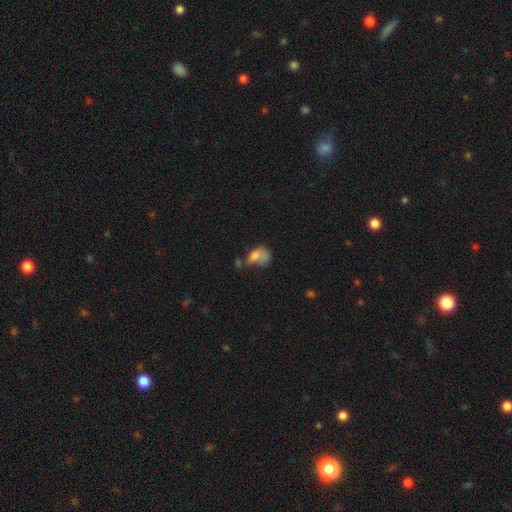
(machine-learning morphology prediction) smooth-or-featured: smooth: 64% | featured or disk: 23% | star or artifact: 12%
  how-rounded: in between: 72% | round: 26% | cigar-shaped: 2%
  merging: major disturbance: 35% | merger: 24% | none: 21% | minor disturbance: 20%